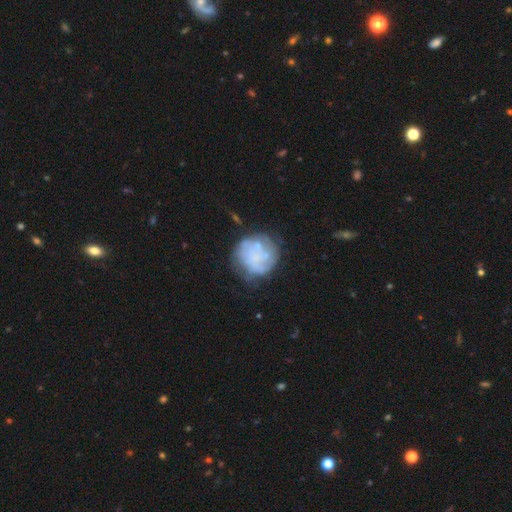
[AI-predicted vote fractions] A featured or disk galaxy (51%).

Vote fractions:
- Smooth or featured? featured or disk: 51% / smooth: 41% / star or artifact: 8%
- Edge-on disk? no: 98% / yes: 2%
- Merging? none: 56% / minor disturbance: 23% / major disturbance: 15% / merger: 7%